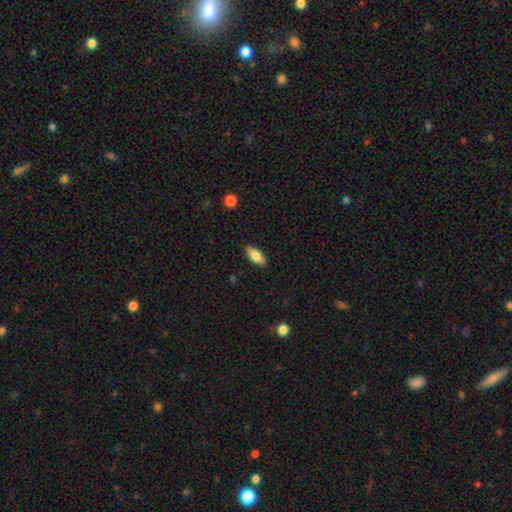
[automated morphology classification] Smooth or featured: smooth — 74% (featured or disk — 19%)
How rounded: in between — 74% (cigar-shaped — 23%)
Merging: none — 86% (minor disturbance — 11%)